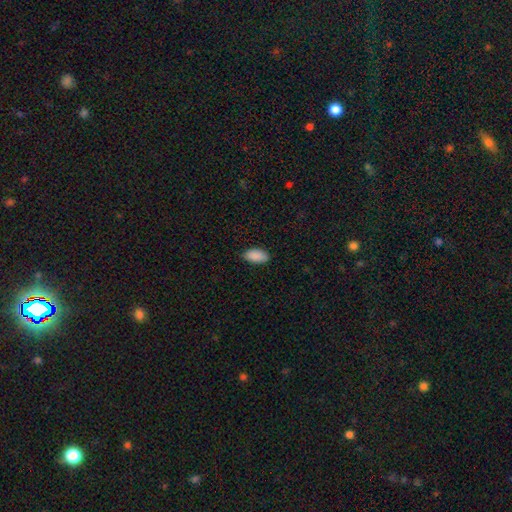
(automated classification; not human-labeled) smooth_or_featured: smooth (p=0.90) [alt: star or artifact p=0.07]
how_rounded: in between (p=0.94) [alt: cigar-shaped p=0.04]
merging: none (p=0.85) [alt: minor disturbance p=0.12]